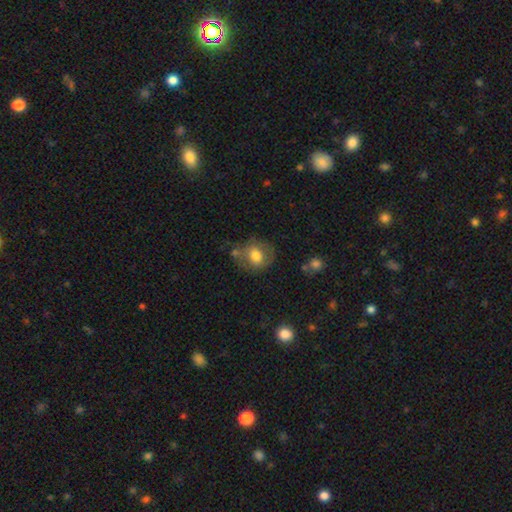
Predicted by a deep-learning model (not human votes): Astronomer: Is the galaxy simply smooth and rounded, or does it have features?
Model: smooth — 67%.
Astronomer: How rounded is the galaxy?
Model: round — 67%.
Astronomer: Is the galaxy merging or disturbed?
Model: none — 58%.